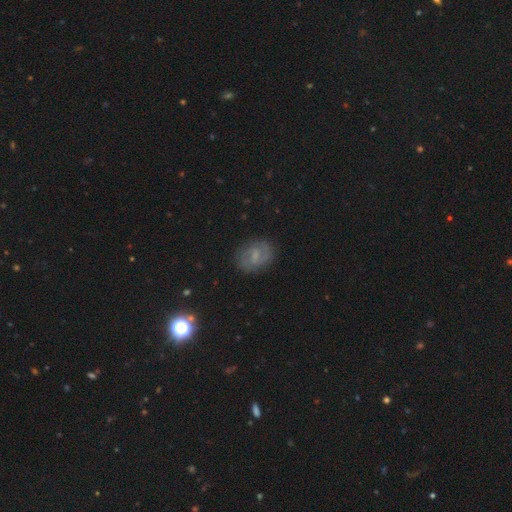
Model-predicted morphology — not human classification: Overall: featured or disk (50%; smooth 39%). Merging: none (79%).